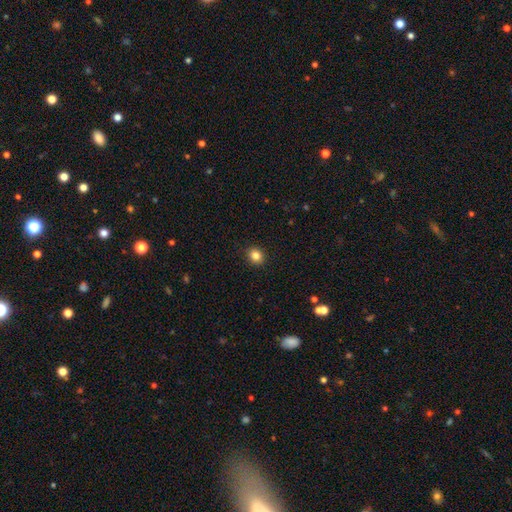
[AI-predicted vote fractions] smooth-or-featured: smooth: 84% | star or artifact: 11% | featured or disk: 5%
  how-rounded: round: 81% | in between: 18% | cigar-shaped: 1%
  merging: none: 92% | minor disturbance: 6% | major disturbance: 2% | merger: 1%